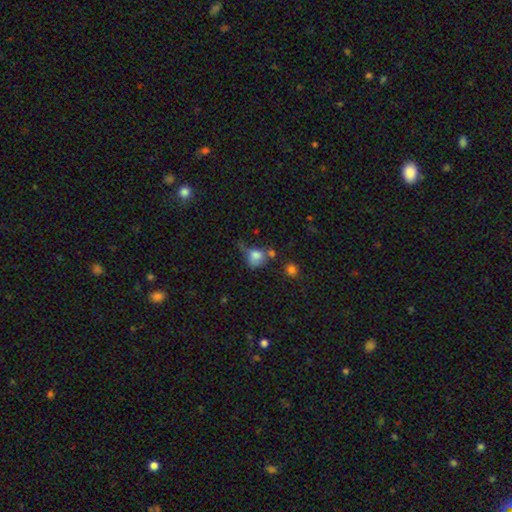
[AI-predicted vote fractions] The model was most divided on "merging": none: 29%, major disturbance: 25%, minor disturbance: 25%, merger: 21%. More confident: smooth or featured — smooth (74%); how rounded — round (52%).